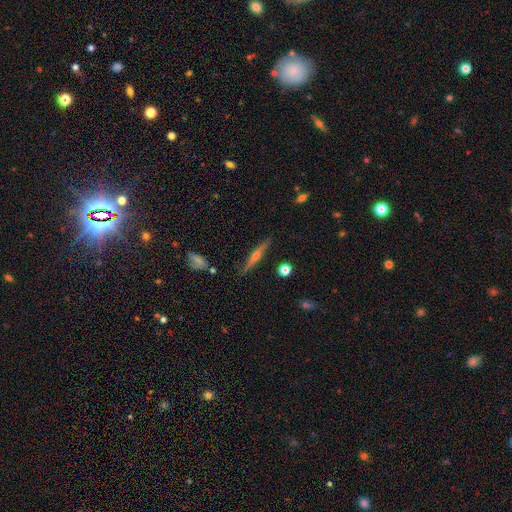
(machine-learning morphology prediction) The model was most divided on "smooth or featured": featured or disk: 69%, smooth: 24%, star or artifact: 7%. More confident: edge-on disk — yes (96%); edge-on bulge — rounded (90%); merging — none (85%).